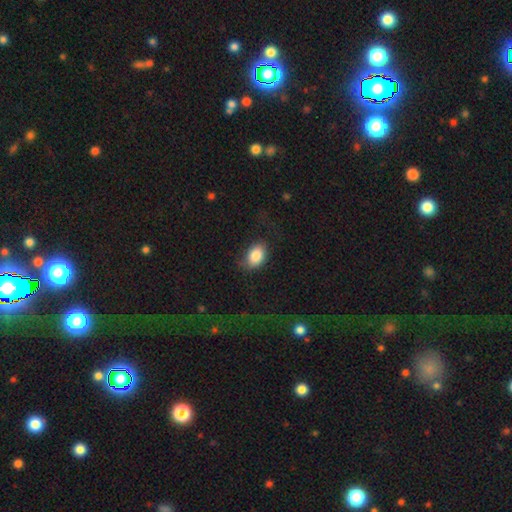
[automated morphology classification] type=smooth (85%); roundness=in between (83%); merging=none (65%).